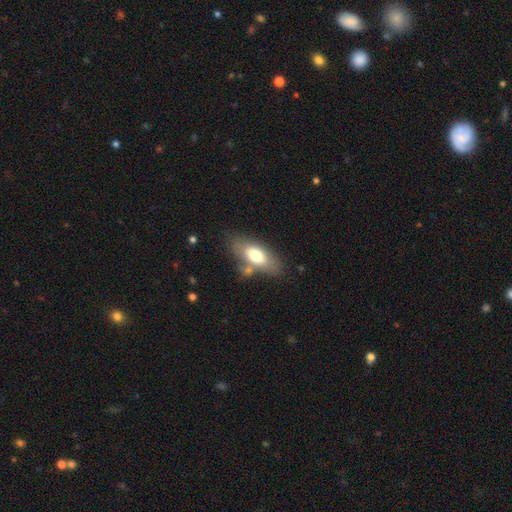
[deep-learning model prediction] Smooth or featured? smooth (68%)
How rounded? in between (84%)
Merging? none (66%)